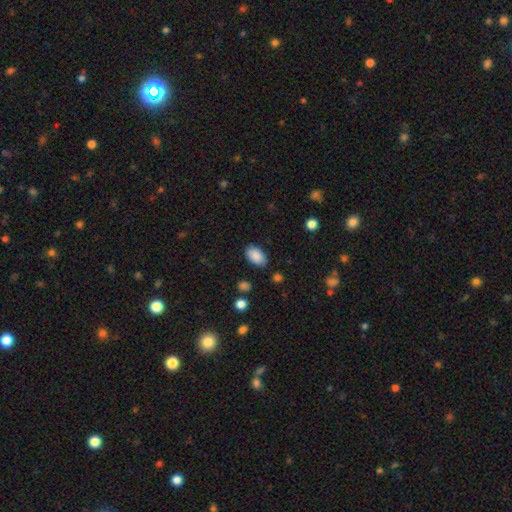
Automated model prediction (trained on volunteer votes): Smooth or featured? Predicted: smooth (p=0.88). How rounded? Predicted: in between (p=0.93). Merging? Predicted: none (p=0.84).